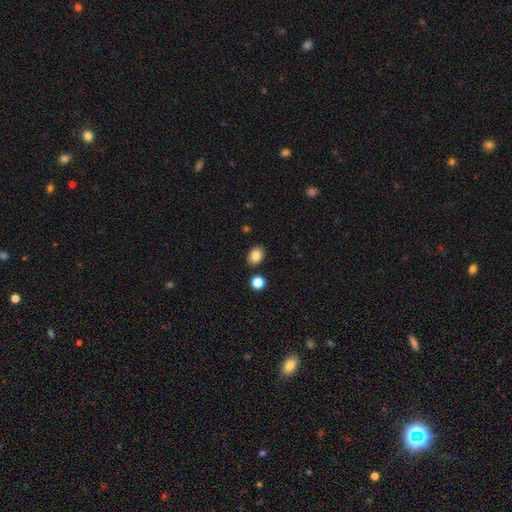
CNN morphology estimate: Smooth or featured: smooth — 85% (star or artifact — 9%)
How rounded: in between — 67% (round — 32%)
Merging: none — 85% (minor disturbance — 9%)